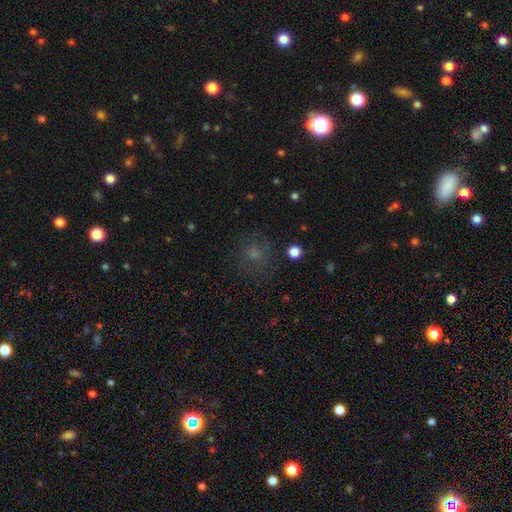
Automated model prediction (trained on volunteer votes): This is possibly a smooth galaxy (57%). How rounded: clearly round (83%). Merging: likely none (74%).